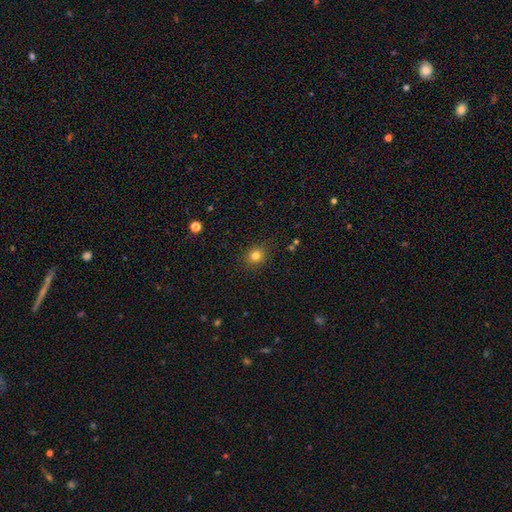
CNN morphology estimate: type=smooth (81%); roundness=round (73%); merging=none (87%).